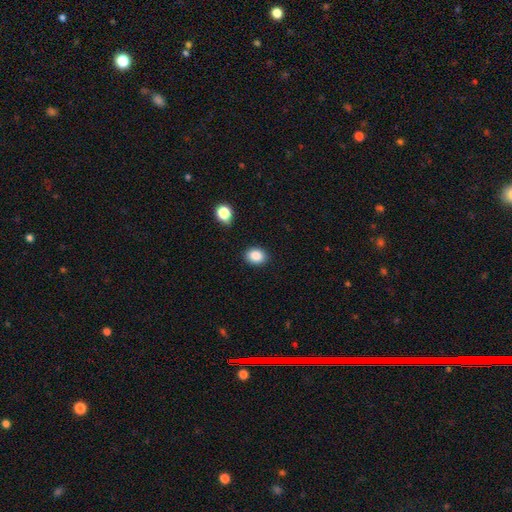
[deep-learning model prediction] Smooth or featured? Predicted: smooth (p=0.86). How rounded? Predicted: in between (p=0.50). Merging? Predicted: none (p=0.88).